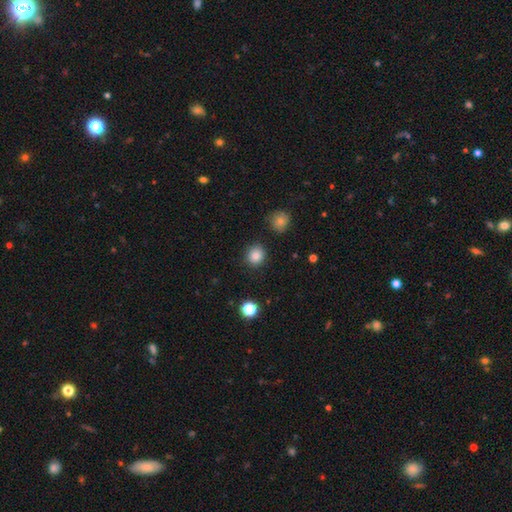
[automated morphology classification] smooth 85%, star or artifact 11%, featured or disk 4%. Down the decision tree: how rounded — round (85%); merging — none (88%).